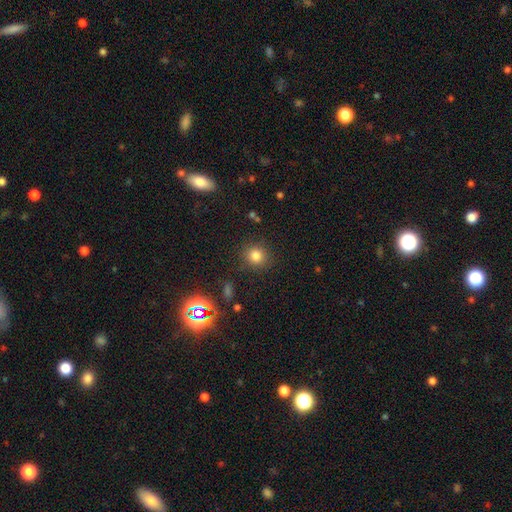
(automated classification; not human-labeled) Overall: smooth (79%). How rounded: round (88%). Merging: none (87%).